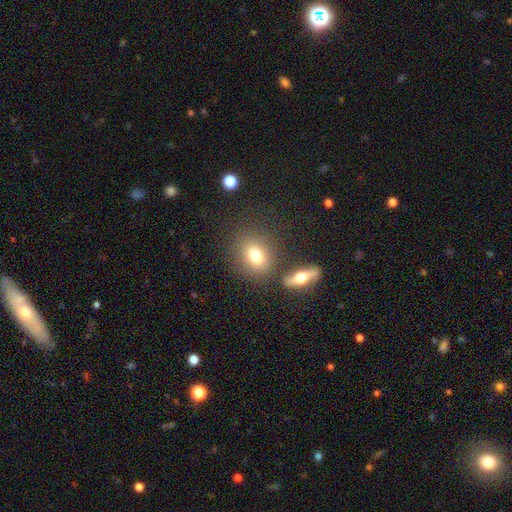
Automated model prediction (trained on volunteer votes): smooth-or-featured: smooth: 75% | featured or disk: 15% | star or artifact: 10%
  how-rounded: in between: 49% | round: 48% | cigar-shaped: 3%
  merging: none: 74% | merger: 12% | minor disturbance: 10% | major disturbance: 4%